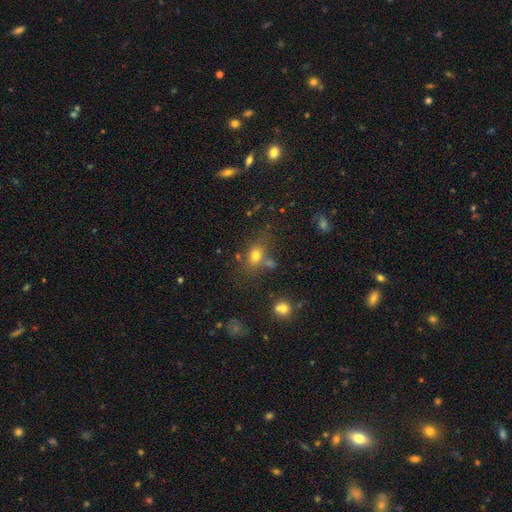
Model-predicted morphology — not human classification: The model was most divided on "how rounded": in between: 61%, round: 37%, cigar-shaped: 2%. More confident: smooth or featured — smooth (72%); merging — none (63%).